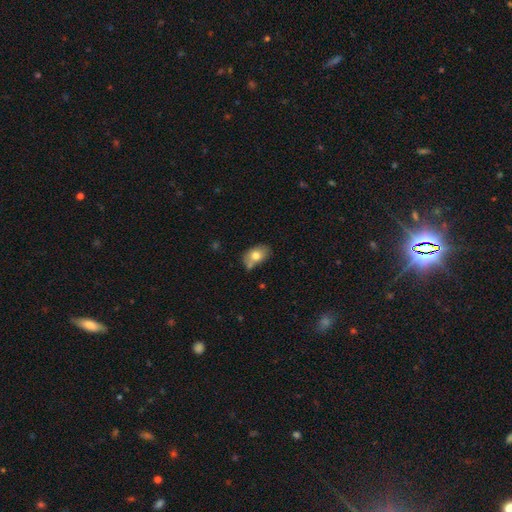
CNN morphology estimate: A smooth galaxy with no disk features (75%) that is in between round and cigar-shaped (84%). Merging: none (51%).